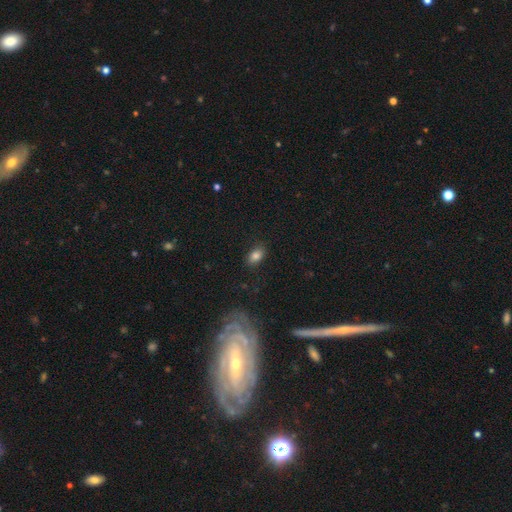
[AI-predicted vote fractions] This appears to be a smooth galaxy with no disk features (82%) that is in between round and cigar-shaped (85%). Merging: none (84%).